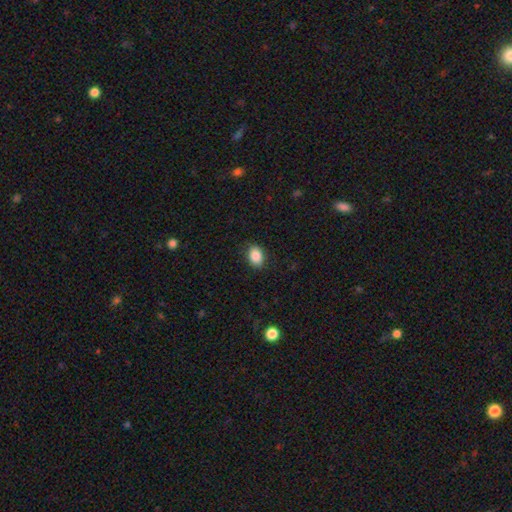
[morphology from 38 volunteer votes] smooth_or_featured: smooth (p=0.95) [alt: featured or disk p=0.03]
how_rounded: in between (p=0.83) [alt: round p=0.17]
merging: none (p=0.95) [alt: minor disturbance p=0.03]